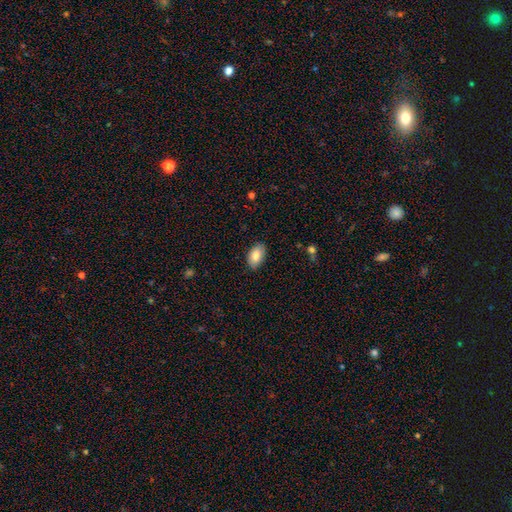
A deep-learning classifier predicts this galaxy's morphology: smooth 83%, featured or disk 10%, star or artifact 6%. Down the decision tree: how rounded — in between (93%); merging — none (84%).